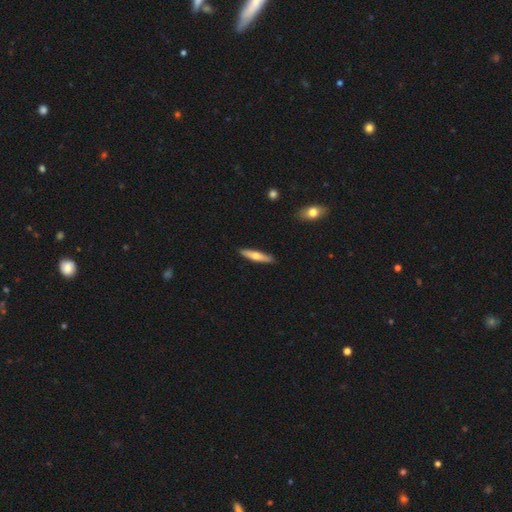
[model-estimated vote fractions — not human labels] smooth 54%, featured or disk 41%, star or artifact 5%. Down the decision tree: how rounded — cigar-shaped (84%); merging — none (90%).